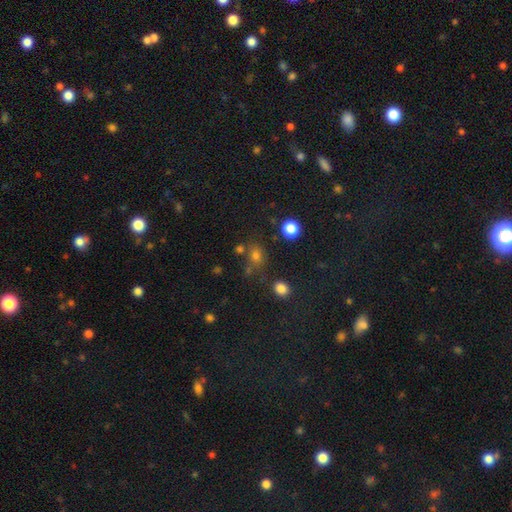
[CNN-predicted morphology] smooth_or_featured: smooth (p=0.70) [alt: star or artifact p=0.22]
how_rounded: round (p=0.63) [alt: in between p=0.36]
merging: none (p=0.67) [alt: minor disturbance p=0.14]